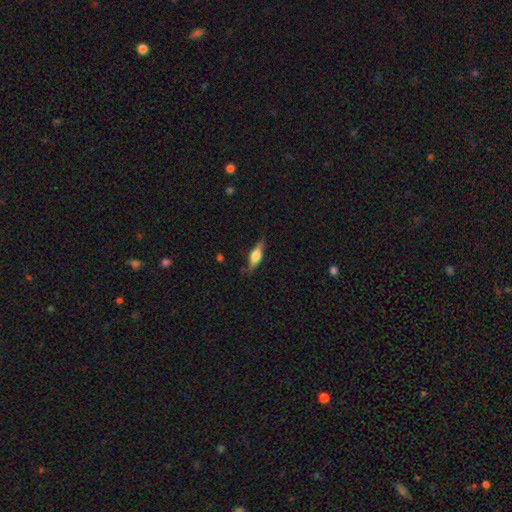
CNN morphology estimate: Overall: featured or disk (47%; smooth 46%). Merging: none (78%).